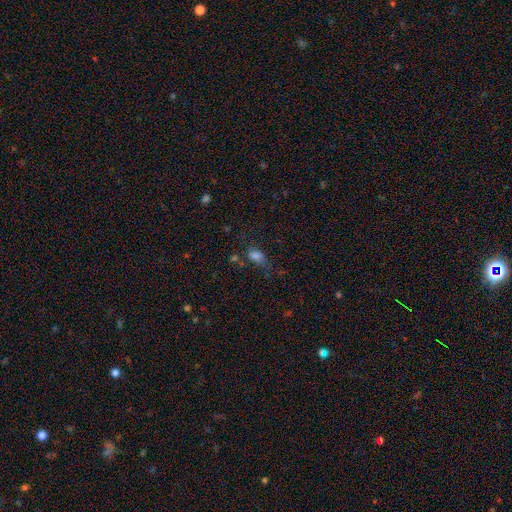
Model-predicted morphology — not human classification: A smooth galaxy with no disk features (76%) that is in between round and cigar-shaped (82%). Merging: none (46%).